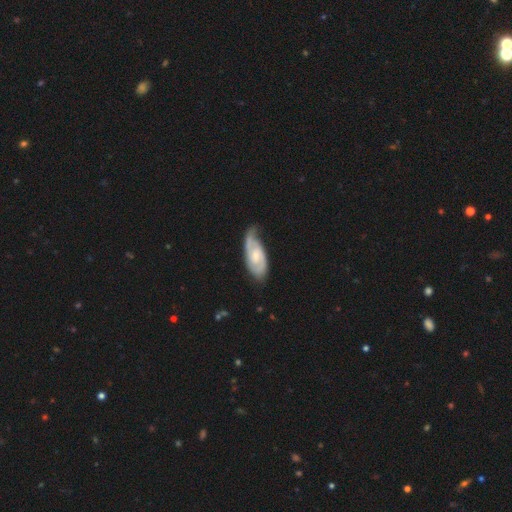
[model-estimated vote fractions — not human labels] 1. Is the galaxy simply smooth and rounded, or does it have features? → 80% featured or disk, 15% smooth, 4% star or artifact.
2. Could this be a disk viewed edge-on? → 95% no, 5% yes.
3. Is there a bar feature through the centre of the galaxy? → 51% no, 41% weak, 8% strong.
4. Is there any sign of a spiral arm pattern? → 95% yes, 5% no.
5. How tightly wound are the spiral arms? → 48% tight, 40% medium, 12% loose.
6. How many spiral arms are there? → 77% 2, 10% can't tell, 8% 1, 3% 3, 1% 4, 1% more than 4.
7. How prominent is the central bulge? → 47% small, 42% moderate, 6% none, 3% large, 1% dominant.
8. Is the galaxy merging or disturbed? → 58% none, 29% minor disturbance, 11% major disturbance, 2% merger.